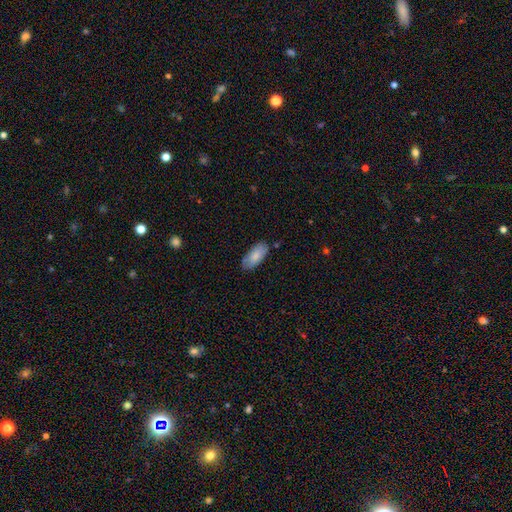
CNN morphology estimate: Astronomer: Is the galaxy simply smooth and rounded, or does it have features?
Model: smooth — 82%.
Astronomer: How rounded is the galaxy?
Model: in between — 91%.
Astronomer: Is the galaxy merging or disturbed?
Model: none — 80%.